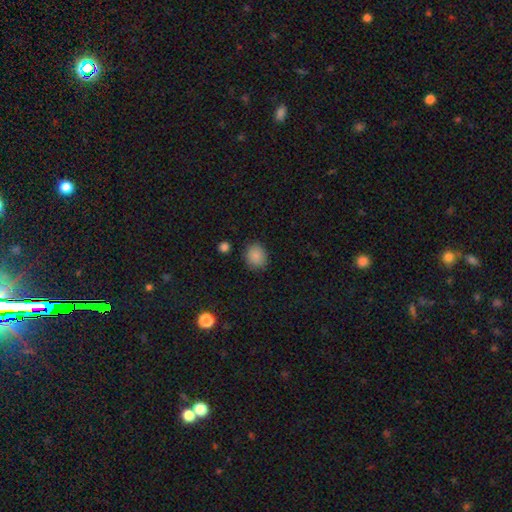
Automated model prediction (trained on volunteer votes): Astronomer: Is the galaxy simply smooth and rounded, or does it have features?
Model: smooth — 87%.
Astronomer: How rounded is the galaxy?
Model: round — 73%.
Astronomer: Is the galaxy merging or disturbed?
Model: none — 86%.